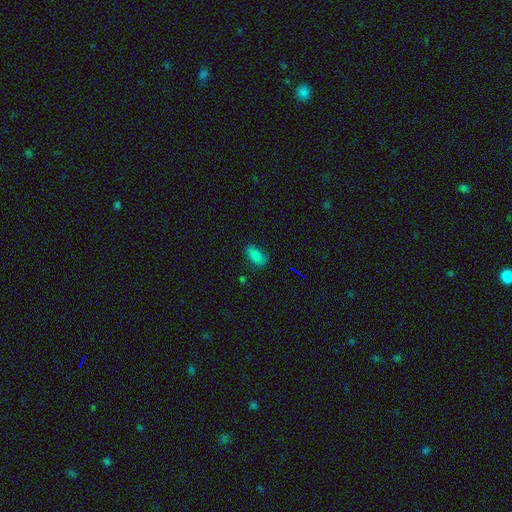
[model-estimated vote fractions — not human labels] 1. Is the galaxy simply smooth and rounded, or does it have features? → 78% smooth, 12% star or artifact, 10% featured or disk.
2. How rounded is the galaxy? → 89% in between, 6% cigar-shaped, 5% round.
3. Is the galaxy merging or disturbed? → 76% none, 19% minor disturbance, 4% major disturbance, 2% merger.